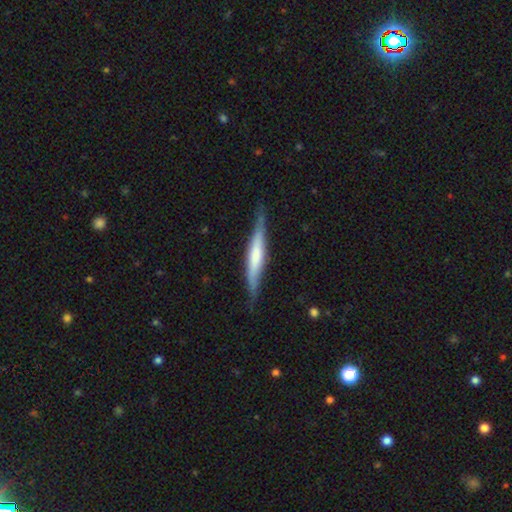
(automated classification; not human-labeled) This appears to be a featured or disk galaxy (52%) viewed edge-on (94%). Merging: none (79%).